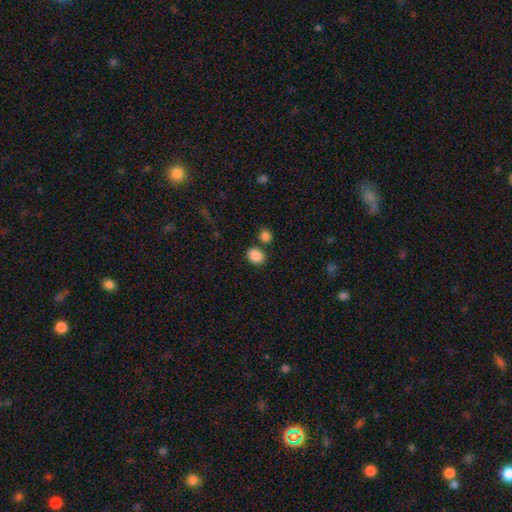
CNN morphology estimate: Smooth or featured: smooth — 87% (star or artifact — 9%)
How rounded: in between — 51% (round — 48%)
Merging: none — 75% (merger — 12%)